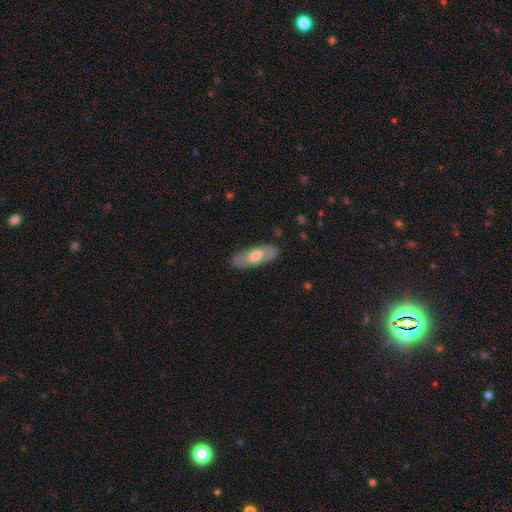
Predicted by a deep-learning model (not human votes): This is possibly a featured or disk galaxy (51%). It is clearly not viewed edge-on (81%). Merging: clearly none (82%).